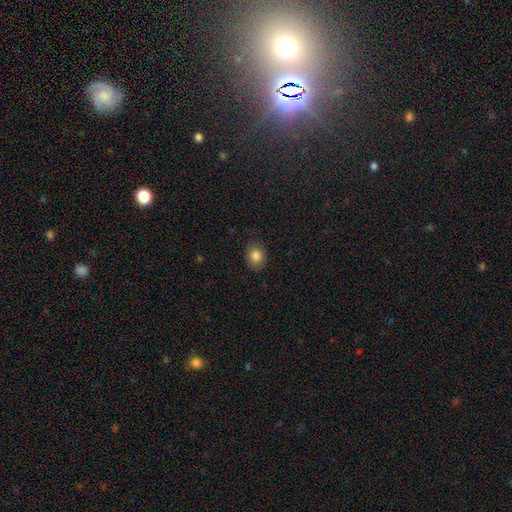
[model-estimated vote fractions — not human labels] smooth-or-featured: smooth: 84% | star or artifact: 10% | featured or disk: 6%
  how-rounded: in between: 51% | round: 48% | cigar-shaped: 1%
  merging: none: 84% | minor disturbance: 12% | major disturbance: 3% | merger: 1%